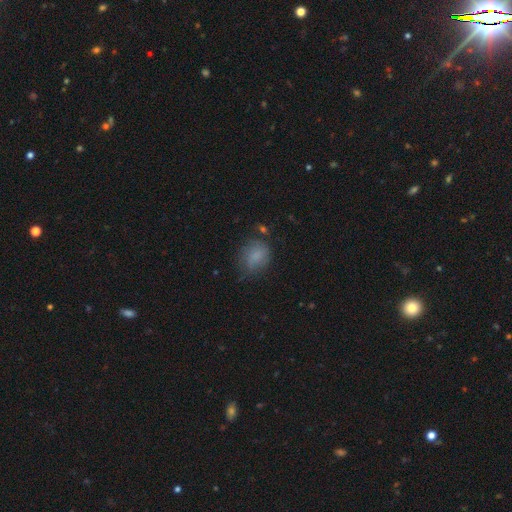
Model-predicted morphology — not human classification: Smooth or featured? smooth (77%)
How rounded? round (52%)
Merging? none (57%)